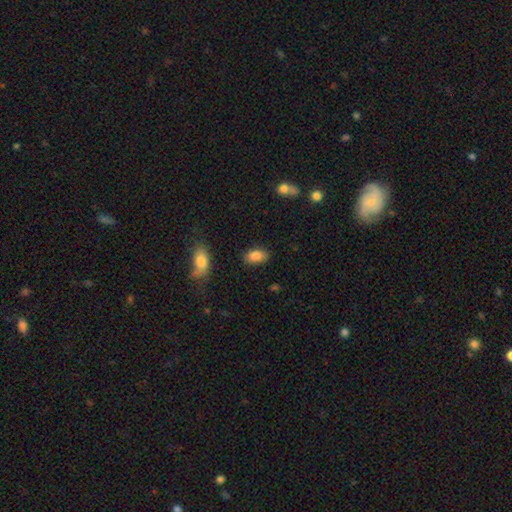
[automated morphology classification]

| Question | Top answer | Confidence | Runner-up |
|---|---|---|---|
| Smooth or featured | smooth | 85% | star or artifact (8%) |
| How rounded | in between | 91% | round (6%) |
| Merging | none | 83% | minor disturbance (12%) |